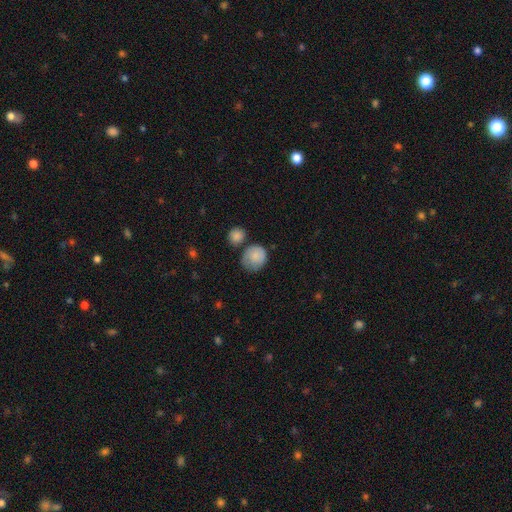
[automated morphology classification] smooth-or-featured: smooth: 84% | featured or disk: 9% | star or artifact: 7%
  how-rounded: round: 79% | in between: 20% | cigar-shaped: 1%
  merging: none: 54% | minor disturbance: 26% | merger: 10% | major disturbance: 9%